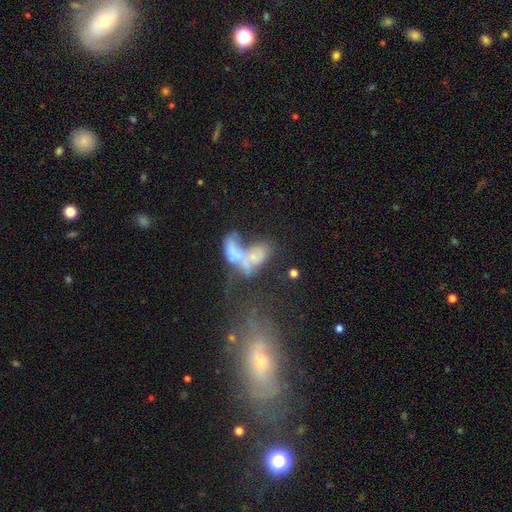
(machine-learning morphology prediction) Smooth or featured? smooth (43%)
Merging? merger (69%)